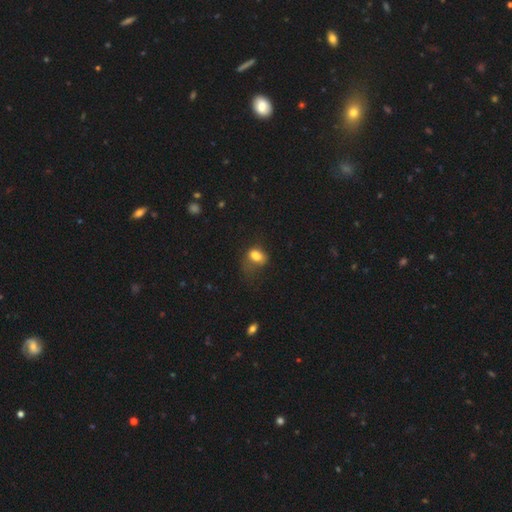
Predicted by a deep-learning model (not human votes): Smooth or featured? Predicted: smooth (p=0.76). How rounded? Predicted: in between (p=0.75). Merging? Predicted: major disturbance (p=0.35).